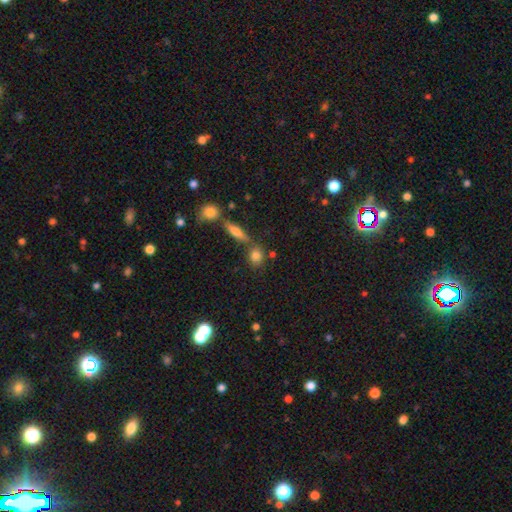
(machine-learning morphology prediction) Smooth or featured?
  - smooth: 80% *
  - star or artifact: 10%
  - featured or disk: 10%
How rounded?
  - round: 57% *
  - in between: 36%
  - cigar-shaped: 7%
Merging?
  - none: 65% *
  - merger: 20%
  - minor disturbance: 11%
  - major disturbance: 4%